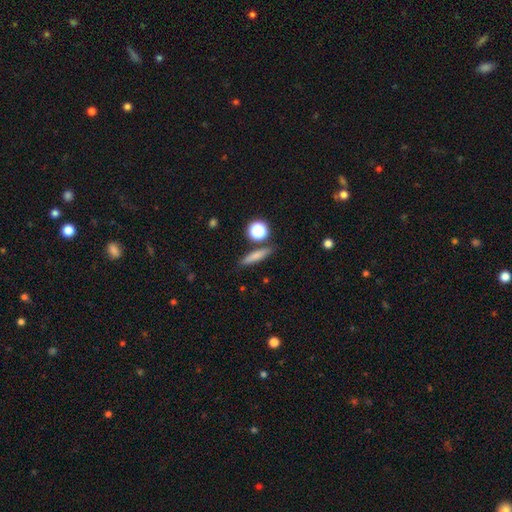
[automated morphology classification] smooth-or-featured: smooth: 74% | featured or disk: 17% | star or artifact: 10%
  how-rounded: cigar-shaped: 75% | in between: 15% | round: 10%
  merging: none: 83% | minor disturbance: 9% | merger: 6% | major disturbance: 3%